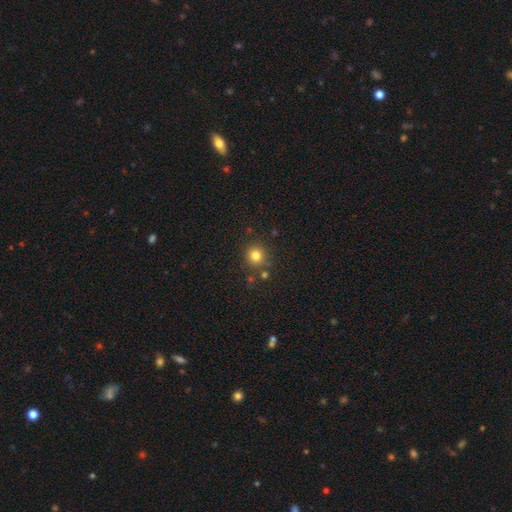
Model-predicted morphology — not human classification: Q: Smooth or featured?
A: smooth (81%); runner-up: star or artifact (13%)
Q: How rounded?
A: round (93%); runner-up: in between (6%)
Q: Merging?
A: none (83%); runner-up: minor disturbance (8%)